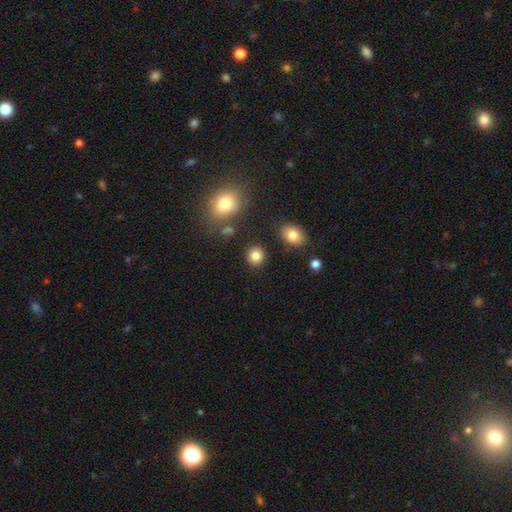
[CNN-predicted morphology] This appears to be a smooth galaxy with no disk features (85%) that is round (84%). Merging: none (87%).